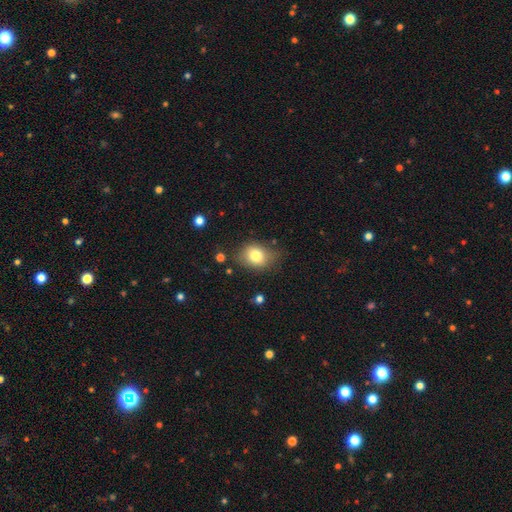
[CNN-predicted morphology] smooth_or_featured: smooth (p=0.78) [alt: featured or disk p=0.12]
how_rounded: in between (p=0.54) [alt: round p=0.45]
merging: none (p=0.70) [alt: minor disturbance p=0.22]